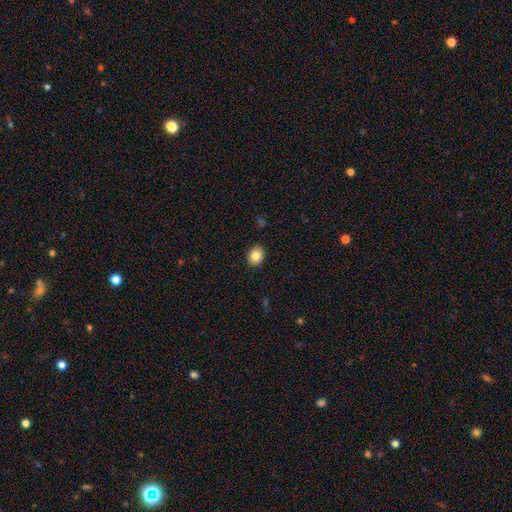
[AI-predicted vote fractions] smooth 83%, star or artifact 9%, featured or disk 8%. Down the decision tree: how rounded — in between (55%); merging — none (90%).